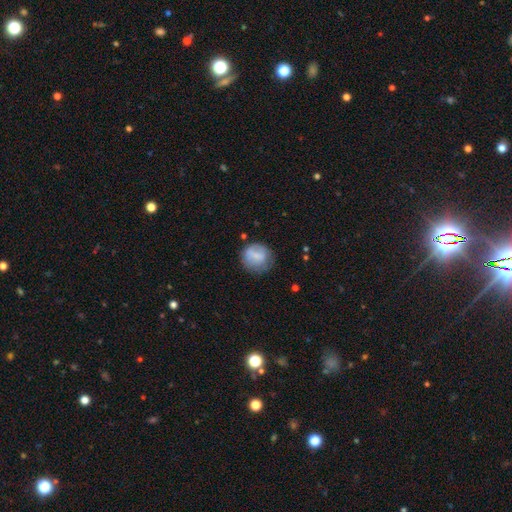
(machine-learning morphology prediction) This is likely a smooth galaxy (71%). How rounded: clearly round (82%). Merging: likely none (62%).